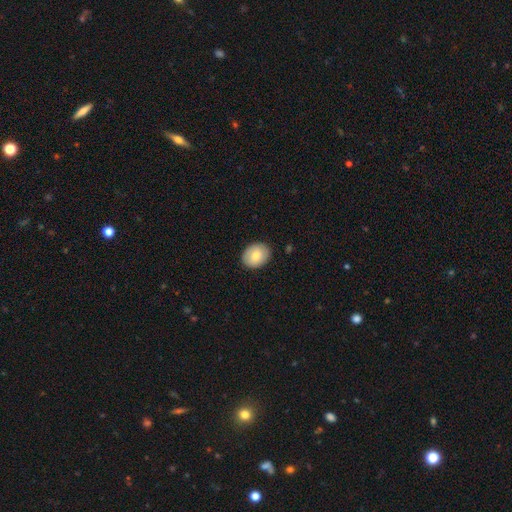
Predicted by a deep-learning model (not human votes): A smooth galaxy with no disk features (78%) that is in between round and cigar-shaped (52%).

Vote fractions:
- Smooth or featured? smooth: 78% / featured or disk: 16% / star or artifact: 7%
- How rounded? in between: 52% / round: 47% / cigar-shaped: 1%
- Merging? none: 88% / minor disturbance: 9% / major disturbance: 2% / merger: 1%